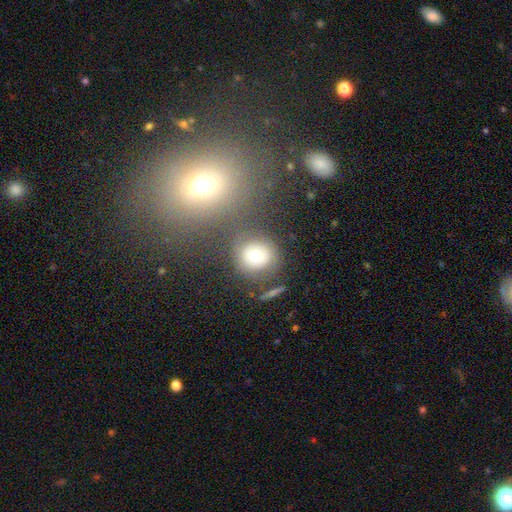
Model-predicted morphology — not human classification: Smooth or featured? smooth (65%)
How rounded? round (85%)
Merging? none (74%)